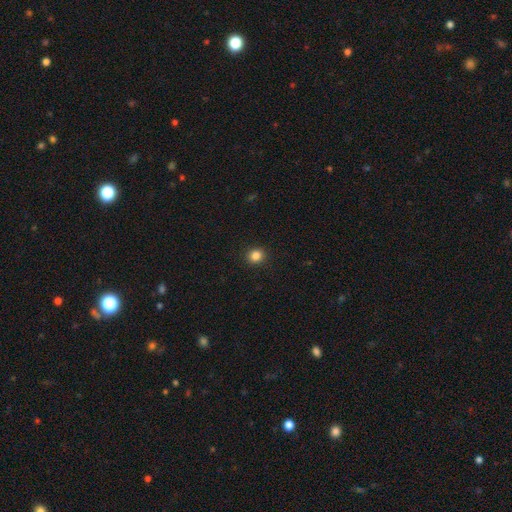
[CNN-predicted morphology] A smooth galaxy with no disk features (84%) that is round (86%).

Vote fractions:
- Smooth or featured? smooth: 84% / star or artifact: 12% / featured or disk: 4%
- How rounded? round: 86% / in between: 13% / cigar-shaped: 1%
- Merging? none: 92% / minor disturbance: 5% / major disturbance: 2% / merger: 1%